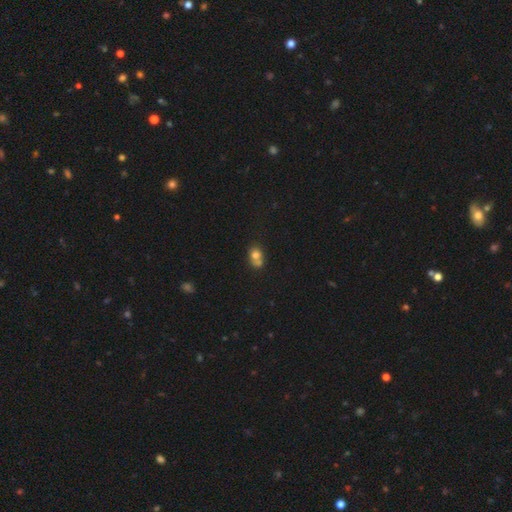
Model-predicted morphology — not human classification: smooth_or_featured: smooth (p=0.72) [alt: featured or disk p=0.16]
how_rounded: round (p=0.58) [alt: in between p=0.41]
merging: merger (p=0.54) [alt: none p=0.30]